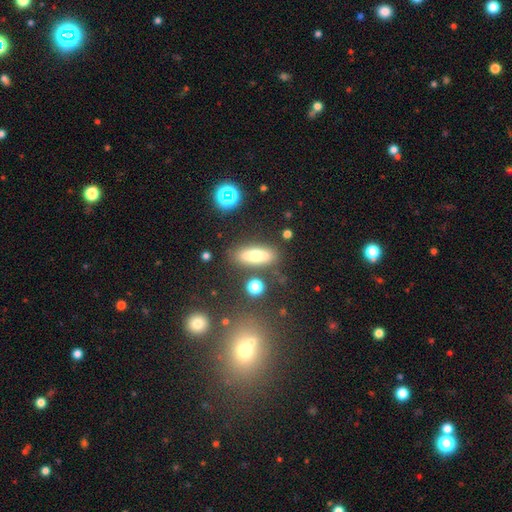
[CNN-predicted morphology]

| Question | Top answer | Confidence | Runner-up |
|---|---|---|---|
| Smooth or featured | smooth | 66% | featured or disk (24%) |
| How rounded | in between | 58% | cigar-shaped (38%) |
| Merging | none | 80% | minor disturbance (11%) |